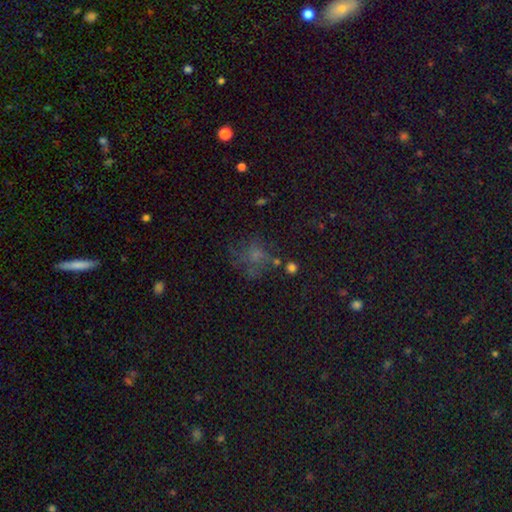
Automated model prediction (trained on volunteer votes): Q: Smooth or featured?
A: smooth (51%); runner-up: featured or disk (27%)
Q: How rounded?
A: round (69%); runner-up: in between (29%)
Q: Merging?
A: none (49%); runner-up: major disturbance (25%)